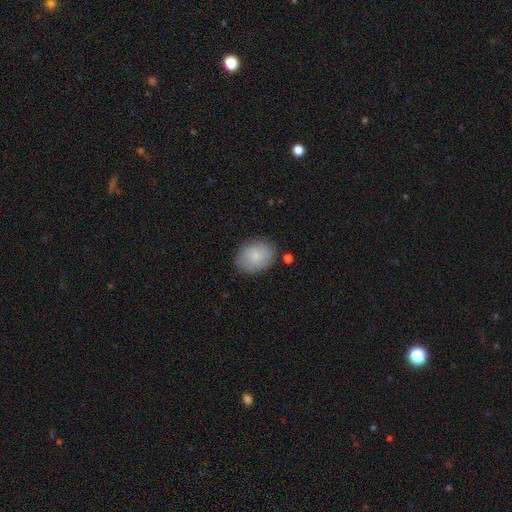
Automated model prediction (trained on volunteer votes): This is likely a smooth galaxy (79%). How rounded: likely in between (61%). Merging: likely none (79%).